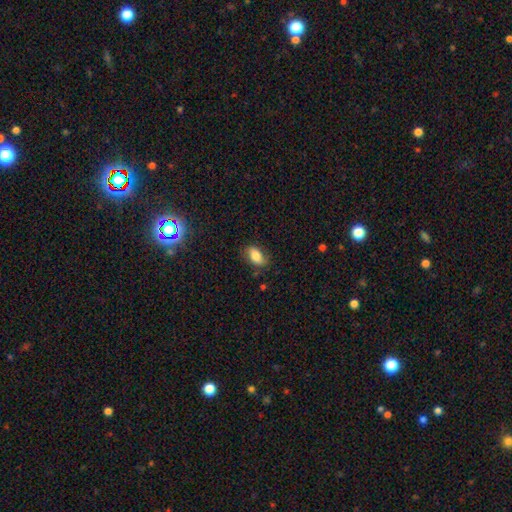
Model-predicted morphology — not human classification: Smooth or featured? smooth (74%)
How rounded? in between (88%)
Merging? none (72%)